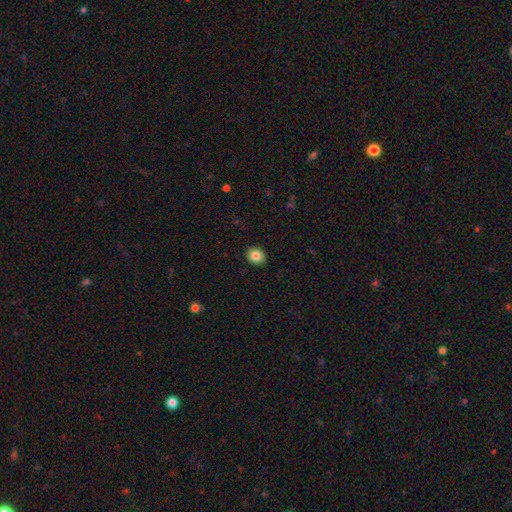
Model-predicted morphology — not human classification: Smooth or featured? smooth (85%)
How rounded? round (64%)
Merging? none (90%)